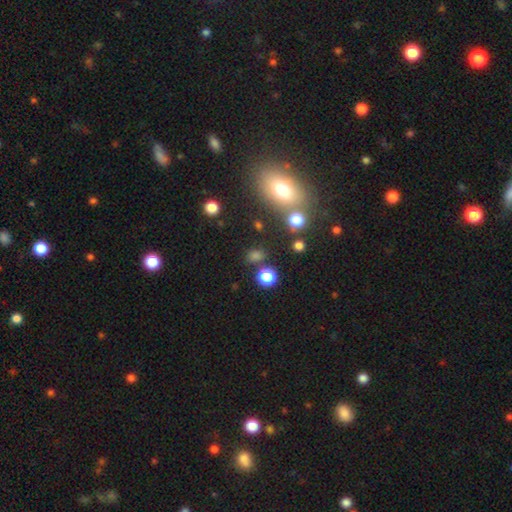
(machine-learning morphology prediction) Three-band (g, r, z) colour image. It shows a smooth galaxy with no disk features (70%) that is round (63%). Merging: none (76%).